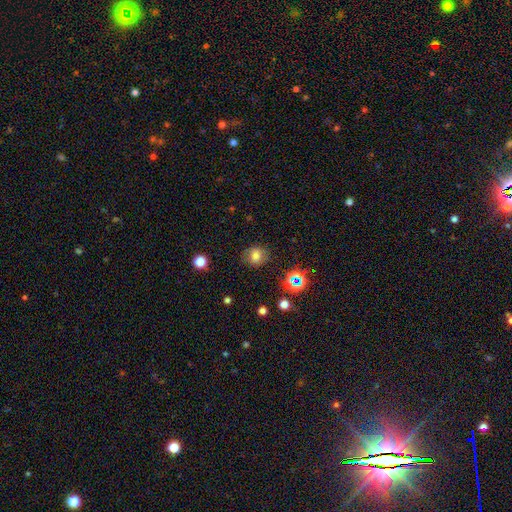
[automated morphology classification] The model was most divided on "how rounded": round: 76%, in between: 23%, cigar-shaped: 1%. More confident: merging — none (81%); smooth or featured — smooth (72%).